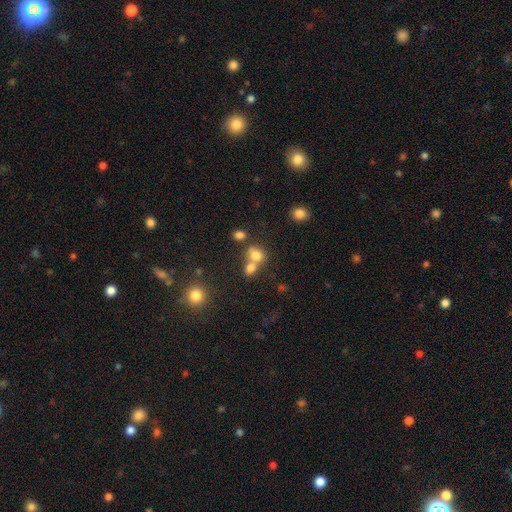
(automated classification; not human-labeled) A smooth galaxy with no disk features (76%) that is round (62%). Merging: merger (56%).